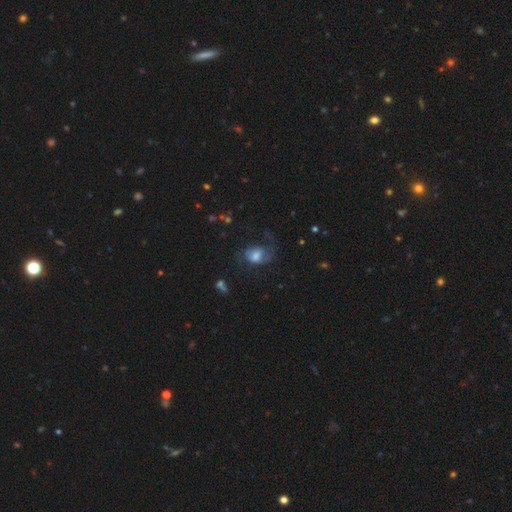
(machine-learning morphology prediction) Smooth or featured? Predicted: featured or disk (p=0.48). Merging? Predicted: none (p=0.38, tied with major disturbance).